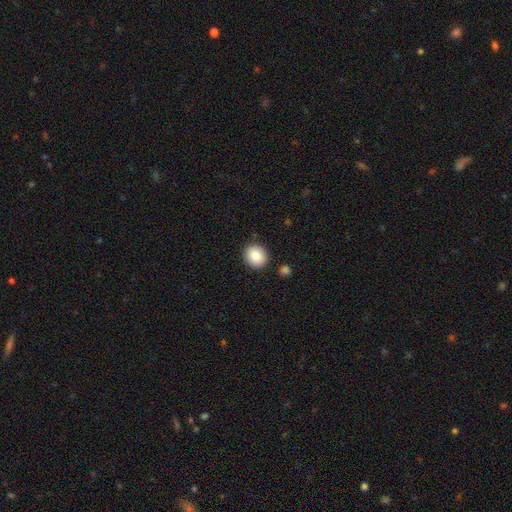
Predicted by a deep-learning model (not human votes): smooth_or_featured: smooth (p=0.86) [alt: star or artifact p=0.08]
how_rounded: round (p=0.81) [alt: in between p=0.18]
merging: none (p=0.88) [alt: minor disturbance p=0.07]